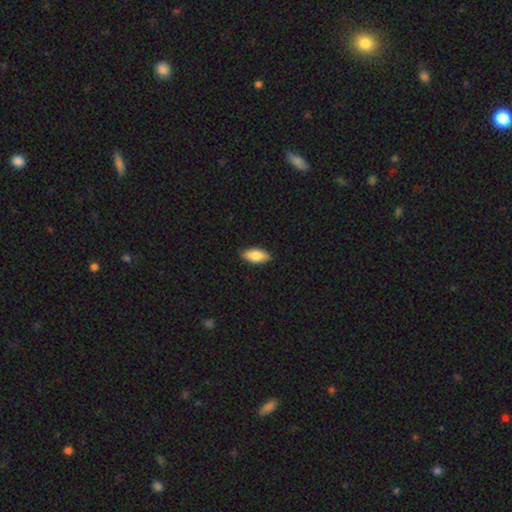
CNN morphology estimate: Q: Smooth or featured?
A: smooth (82%); runner-up: featured or disk (12%)
Q: How rounded?
A: in between (87%); runner-up: cigar-shaped (10%)
Q: Merging?
A: none (89%); runner-up: minor disturbance (9%)